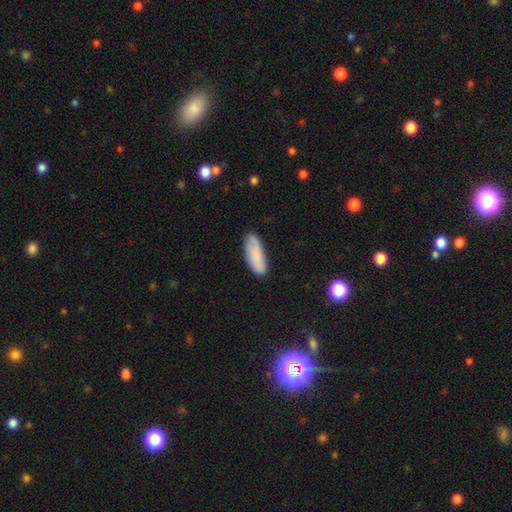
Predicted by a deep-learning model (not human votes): The model was most divided on "how rounded": in between: 66%, cigar-shaped: 32%, round: 2%. More confident: smooth or featured — smooth (81%); merging — none (77%).